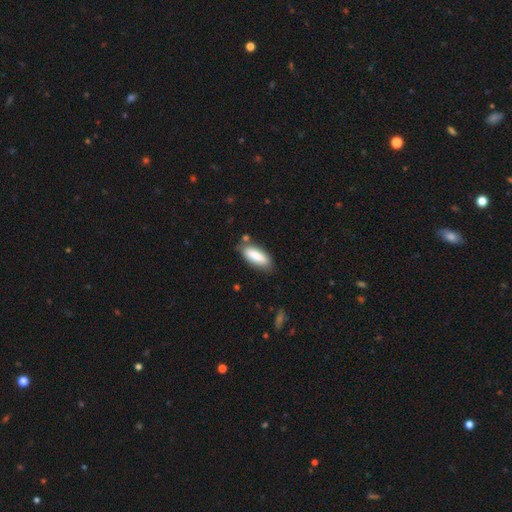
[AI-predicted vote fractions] A smooth galaxy with no disk features (83%) that is in between round and cigar-shaped (63%).

Vote fractions:
- Smooth or featured? smooth: 83% / featured or disk: 11% / star or artifact: 6%
- How rounded? in between: 63% / cigar-shaped: 35% / round: 2%
- Merging? none: 75% / minor disturbance: 17% / merger: 5% / major disturbance: 4%